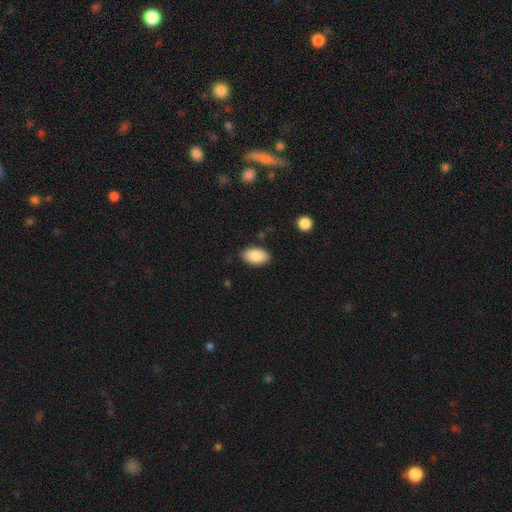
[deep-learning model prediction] smooth-or-featured: smooth: 87% | featured or disk: 7% | star or artifact: 6%
  how-rounded: in between: 94% | round: 5% | cigar-shaped: 1%
  merging: none: 86% | minor disturbance: 10% | major disturbance: 2% | merger: 1%